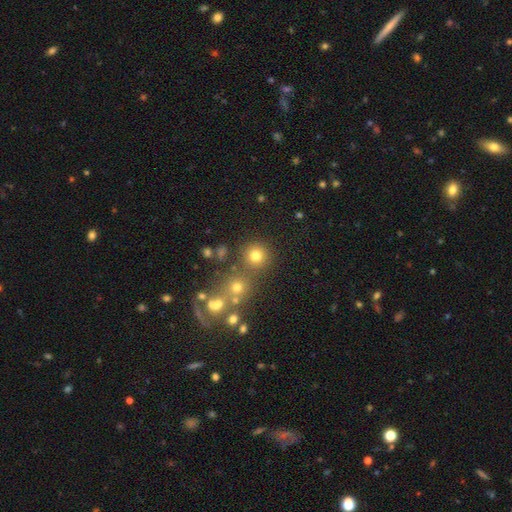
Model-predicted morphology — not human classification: Q: Smooth or featured?
A: smooth (75%); runner-up: star or artifact (17%)
Q: How rounded?
A: round (92%); runner-up: in between (7%)
Q: Merging?
A: none (75%); runner-up: merger (13%)